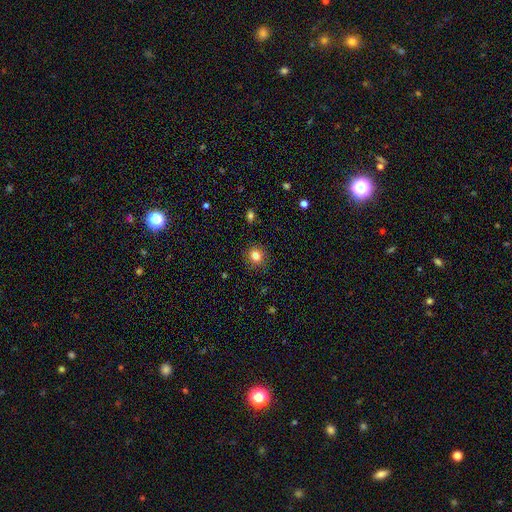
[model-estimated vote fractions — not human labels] This is clearly a smooth galaxy (83%). How rounded: clearly round (87%). Merging: clearly none (87%).